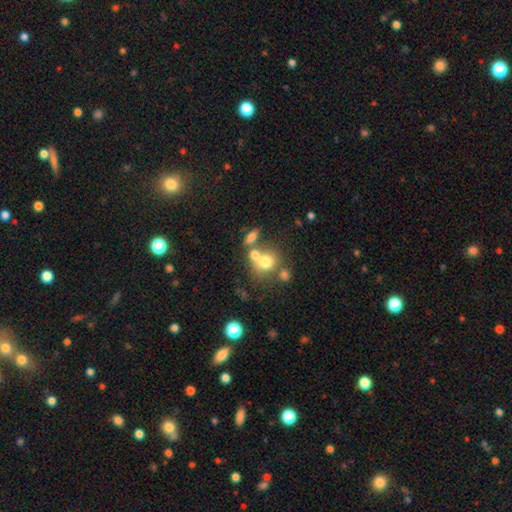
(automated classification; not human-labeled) Overall: smooth (61%; star or artifact 22%). How rounded: round (81%). Merging: none (49%; merger 38%).